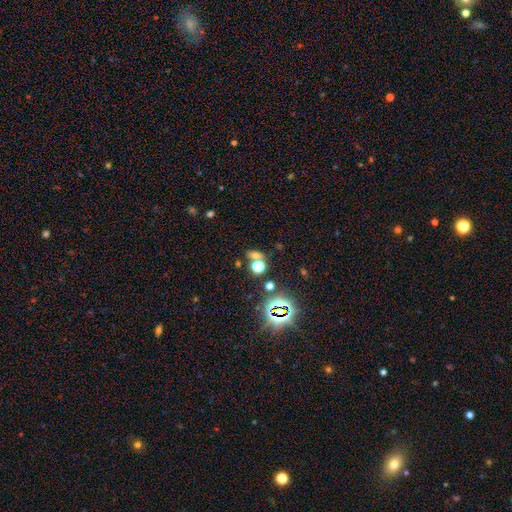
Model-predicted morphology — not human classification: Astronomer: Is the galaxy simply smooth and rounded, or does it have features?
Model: smooth — 49% (runner-up: star or artifact, 39%).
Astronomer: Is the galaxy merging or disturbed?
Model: none — 55%.